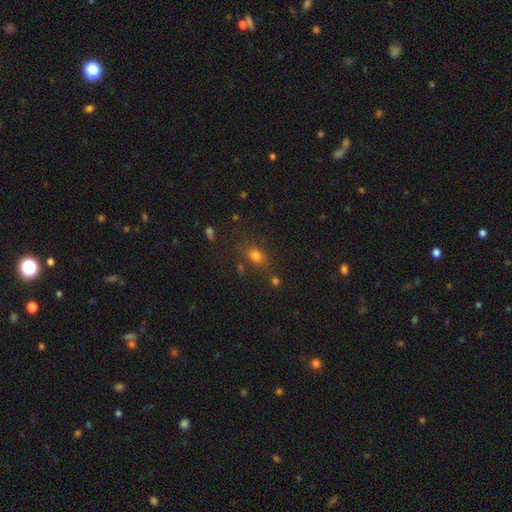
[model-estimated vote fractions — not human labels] smooth-or-featured: smooth: 72% | star or artifact: 19% | featured or disk: 9%
  how-rounded: in between: 56% | round: 41% | cigar-shaped: 3%
  merging: none: 73% | minor disturbance: 14% | merger: 7% | major disturbance: 6%